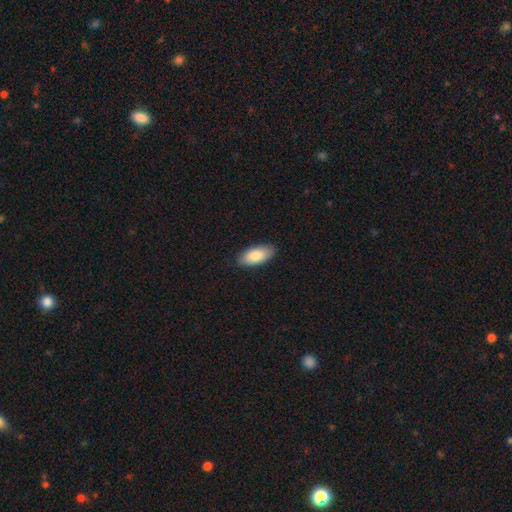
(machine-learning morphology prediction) Smooth or featured? smooth (86%)
How rounded? in between (92%)
Merging? none (87%)